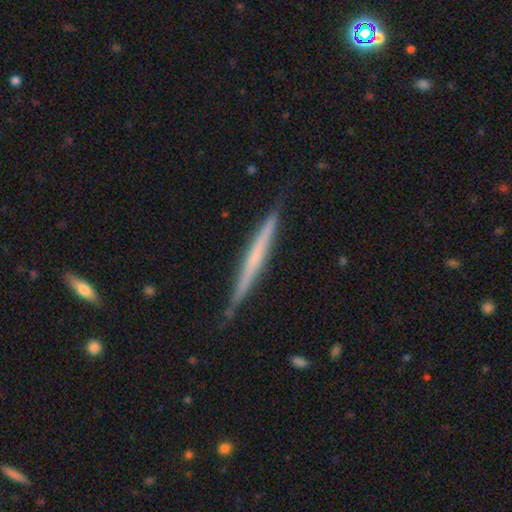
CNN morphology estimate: A featured or disk galaxy (60%) viewed edge-on (97%) with no central bulge (77%). Merging: none (86%).